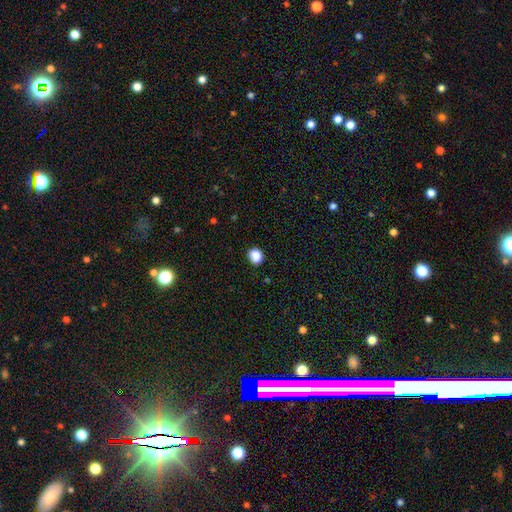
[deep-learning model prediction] This is clearly a smooth galaxy (87%). How rounded: likely round (69%). Merging: clearly none (86%).